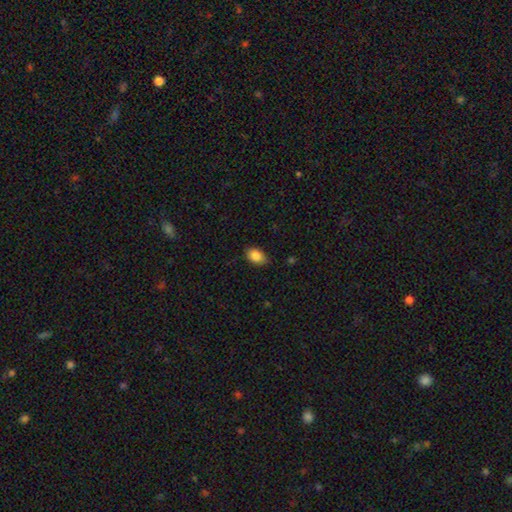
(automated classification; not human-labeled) Smooth or featured?
  - smooth: 85% *
  - star or artifact: 8%
  - featured or disk: 7%
How rounded?
  - in between: 82% *
  - round: 17%
  - cigar-shaped: 1%
Merging?
  - none: 79% *
  - minor disturbance: 17%
  - major disturbance: 3%
  - merger: 1%